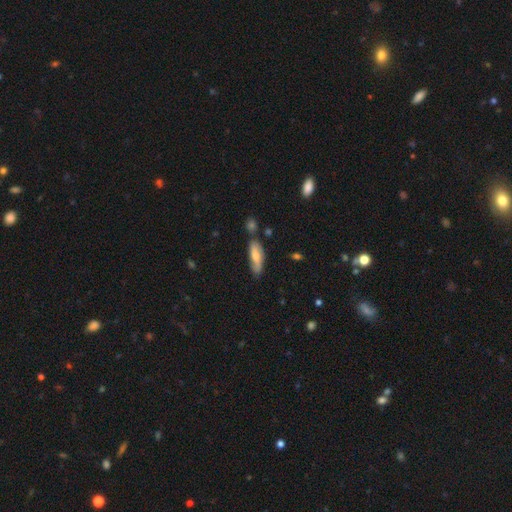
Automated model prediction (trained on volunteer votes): Smooth or featured: smooth — 65% (featured or disk — 29%)
How rounded: in between — 60% (cigar-shaped — 38%)
Merging: none — 66% (minor disturbance — 23%)